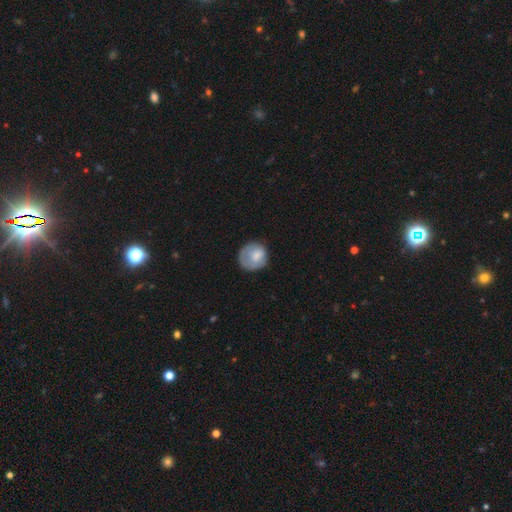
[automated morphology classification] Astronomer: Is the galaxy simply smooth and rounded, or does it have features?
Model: smooth — 73%.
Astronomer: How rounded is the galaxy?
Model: round — 80%.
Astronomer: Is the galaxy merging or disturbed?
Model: none — 59%.